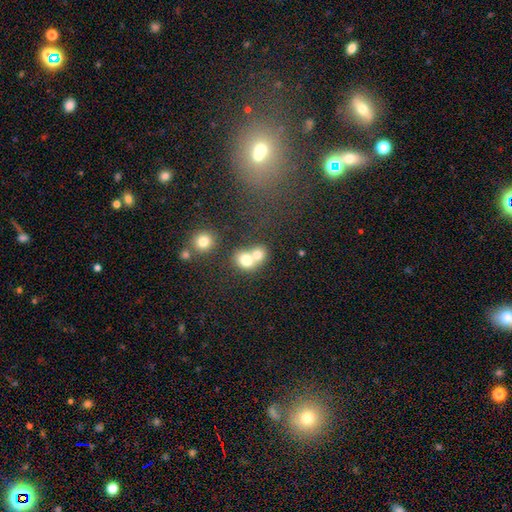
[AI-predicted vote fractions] A smooth galaxy with no disk features (72%) that is round (67%).

Vote fractions:
- Smooth or featured? smooth: 72% / featured or disk: 16% / star or artifact: 12%
- How rounded? round: 67% / in between: 32% / cigar-shaped: 1%
- Merging? merger: 61% / none: 29% / minor disturbance: 6% / major disturbance: 3%